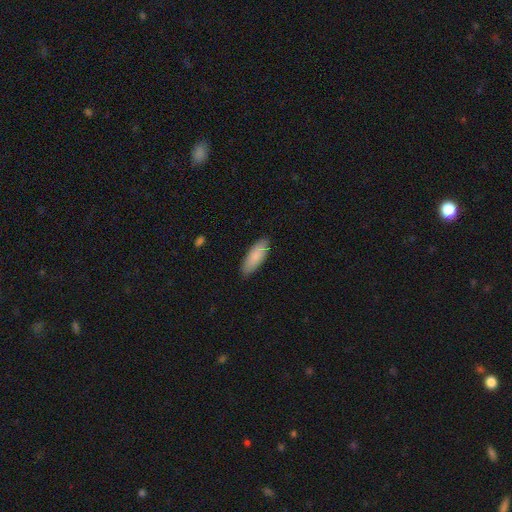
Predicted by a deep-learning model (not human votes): Smooth or featured: smooth — 85% (featured or disk — 10%)
How rounded: in between — 67% (cigar-shaped — 31%)
Merging: none — 86% (minor disturbance — 11%)